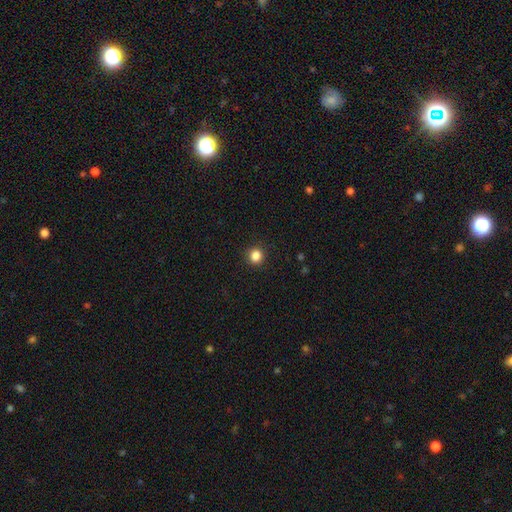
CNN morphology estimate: Smooth or featured?
  - smooth: 85% *
  - star or artifact: 12%
  - featured or disk: 3%
How rounded?
  - round: 86% *
  - in between: 13%
  - cigar-shaped: 1%
Merging?
  - none: 90% *
  - minor disturbance: 7%
  - major disturbance: 2%
  - merger: 1%